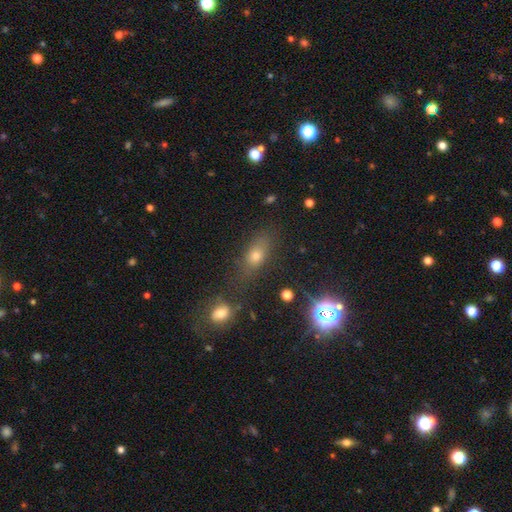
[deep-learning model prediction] The model was most divided on "smooth or featured": smooth: 63%, star or artifact: 22%, featured or disk: 15%. More confident: merging — none (71%); how rounded — in between (70%).